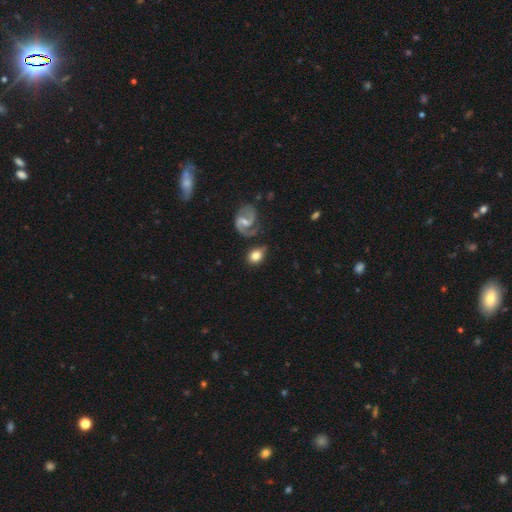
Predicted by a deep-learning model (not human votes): Overall: smooth (64%; featured or disk 28%). How rounded: in between (55%; round 44%). Merging: none (65%).